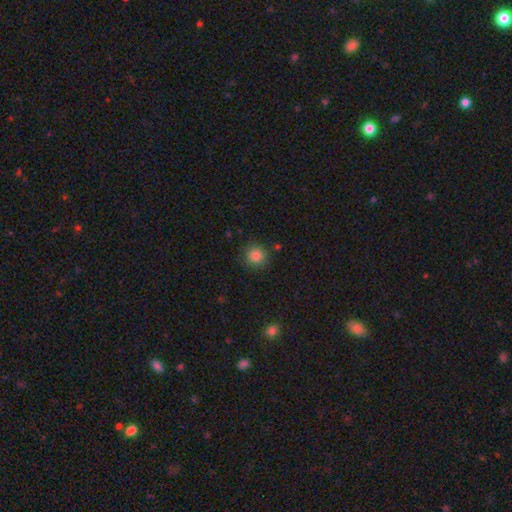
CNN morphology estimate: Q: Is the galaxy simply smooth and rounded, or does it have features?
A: smooth — 83%.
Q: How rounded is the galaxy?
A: round — 92%.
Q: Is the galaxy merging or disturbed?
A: none — 86%.